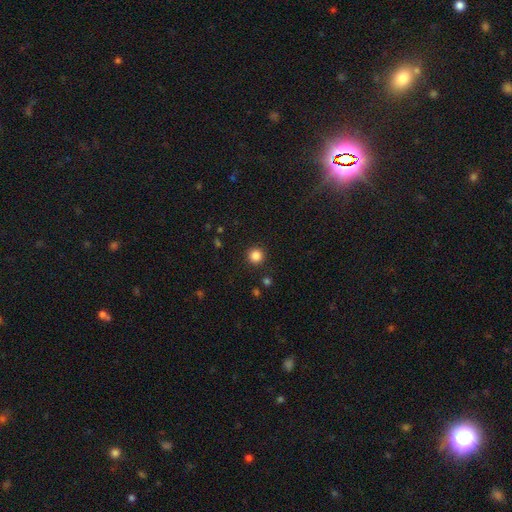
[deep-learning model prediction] Smooth or featured? smooth (85%)
How rounded? round (96%)
Merging? none (92%)